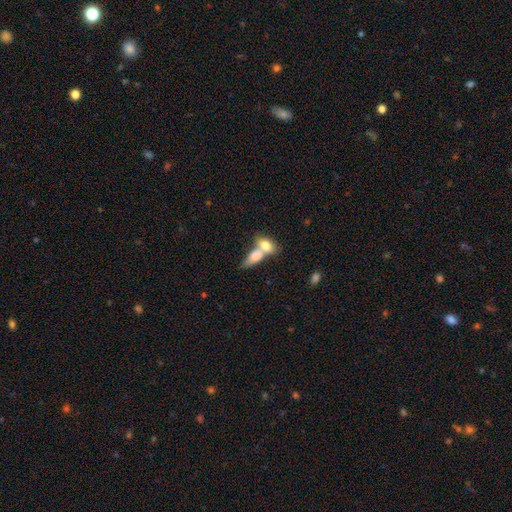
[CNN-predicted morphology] This is likely a smooth galaxy (78%). How rounded: clearly in between (83%). Merging: likely merger (72%).